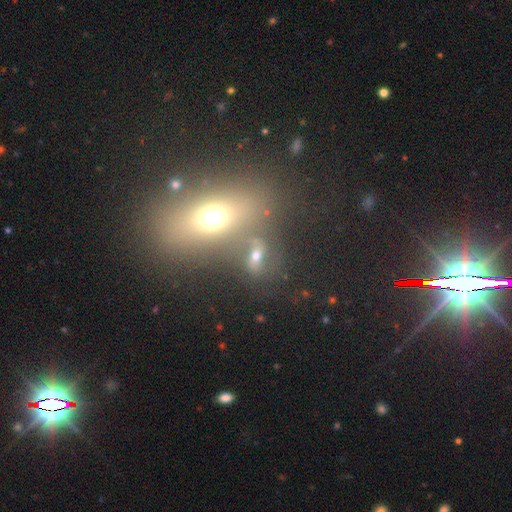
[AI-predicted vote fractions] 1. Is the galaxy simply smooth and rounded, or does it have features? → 43% smooth, 34% featured or disk, 23% star or artifact.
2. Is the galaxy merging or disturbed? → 44% none, 35% merger, 11% minor disturbance, 9% major disturbance.